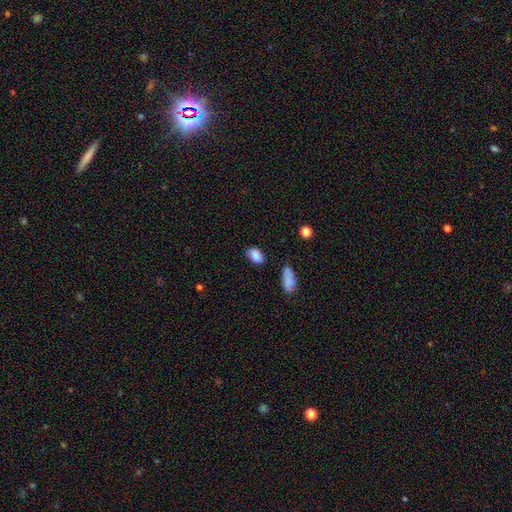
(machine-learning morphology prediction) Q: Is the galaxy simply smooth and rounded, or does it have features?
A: smooth — 86%.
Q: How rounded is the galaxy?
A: in between — 87%.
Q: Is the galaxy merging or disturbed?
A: none — 73%.